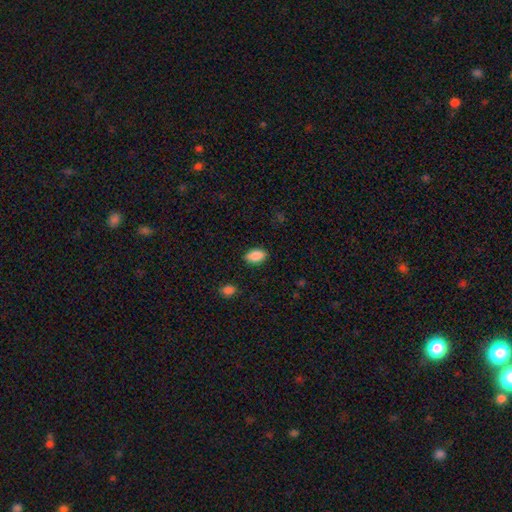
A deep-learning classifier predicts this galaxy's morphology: smooth 89%, star or artifact 7%, featured or disk 4%. Down the decision tree: how rounded — in between (91%); merging — none (87%).